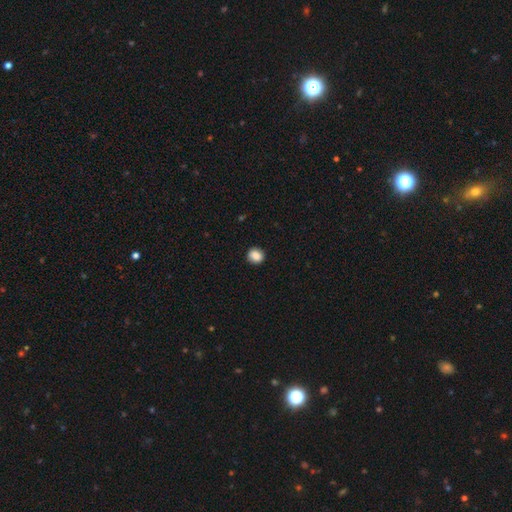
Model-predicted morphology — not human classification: A smooth galaxy with no disk features (87%) that is round (82%). Merging: none (91%).